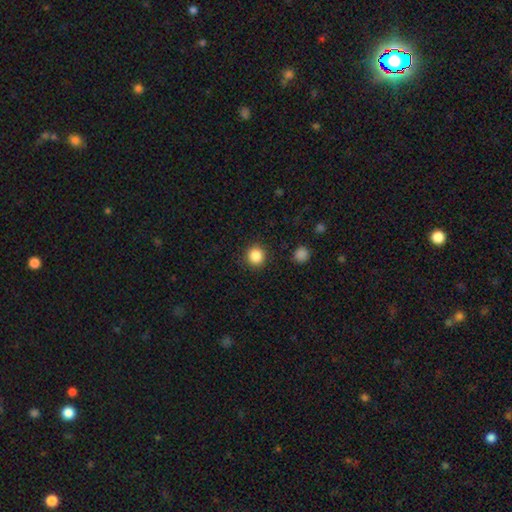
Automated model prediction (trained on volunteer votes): The model was most divided on "smooth or featured": smooth: 87%, star or artifact: 10%, featured or disk: 3%. More confident: how rounded — round (92%); merging — none (90%).